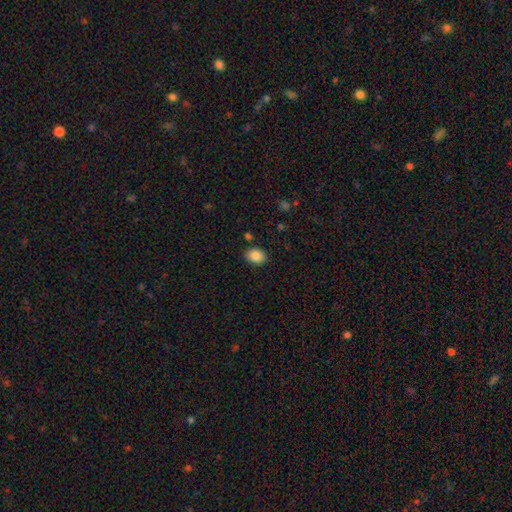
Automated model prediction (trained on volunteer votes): smooth 86%, star or artifact 8%, featured or disk 5%. Down the decision tree: how rounded — in between (66%); merging — none (86%).